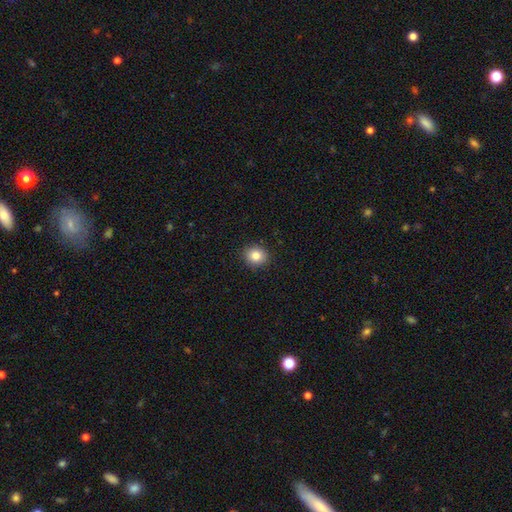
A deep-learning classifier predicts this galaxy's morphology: The model was most divided on "how rounded": round: 75%, in between: 24%, cigar-shaped: 1%. More confident: merging — none (91%); smooth or featured — smooth (83%).